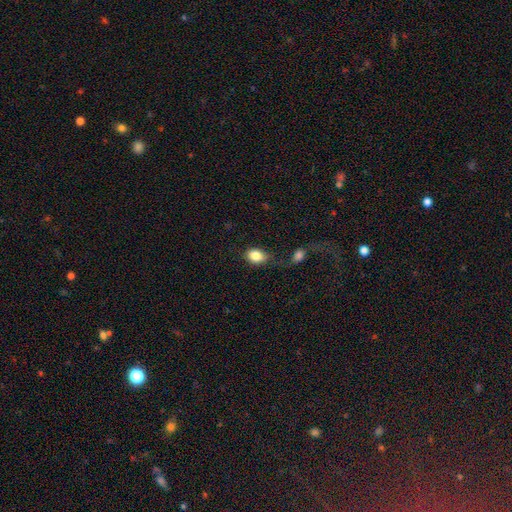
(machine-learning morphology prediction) Smooth or featured? smooth (85%)
How rounded? in between (72%)
Merging? none (54%)